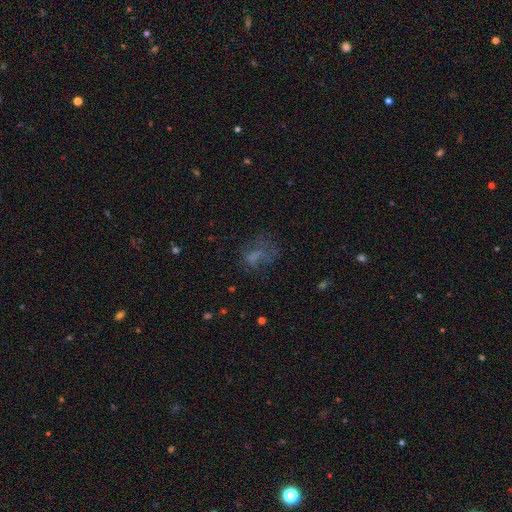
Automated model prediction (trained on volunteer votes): smooth 49%, featured or disk 26%, star or artifact 25%. Down the decision tree: merging — none (41%).